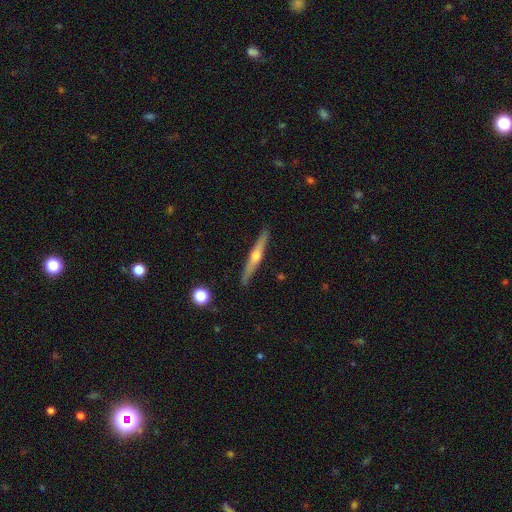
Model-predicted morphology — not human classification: Q: Smooth or featured?
A: featured or disk (72%); runner-up: smooth (22%)
Q: Edge-on disk?
A: yes (98%); runner-up: no (2%)
Q: Edge-on bulge?
A: rounded (89%); runner-up: none (7%)
Q: Merging?
A: none (90%); runner-up: minor disturbance (7%)